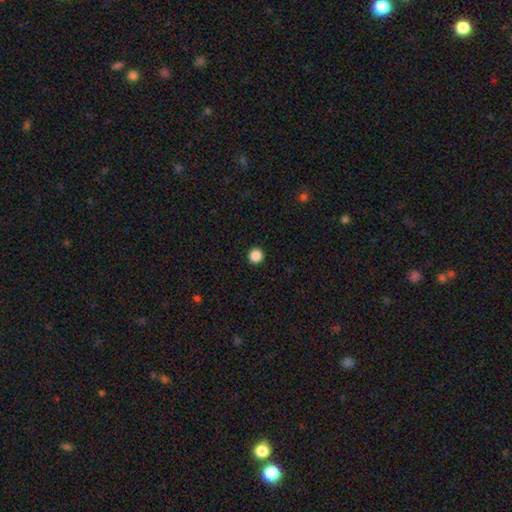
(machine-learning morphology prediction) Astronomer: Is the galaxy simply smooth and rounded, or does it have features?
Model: smooth — 87%.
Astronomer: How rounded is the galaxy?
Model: round — 96%.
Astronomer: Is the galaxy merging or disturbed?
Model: none — 94%.